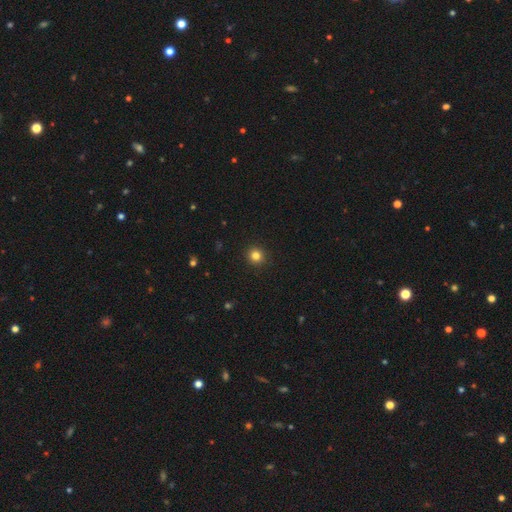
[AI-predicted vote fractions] Smooth or featured: smooth — 83% (star or artifact — 13%)
How rounded: round — 94% (in between — 5%)
Merging: none — 93% (minor disturbance — 5%)